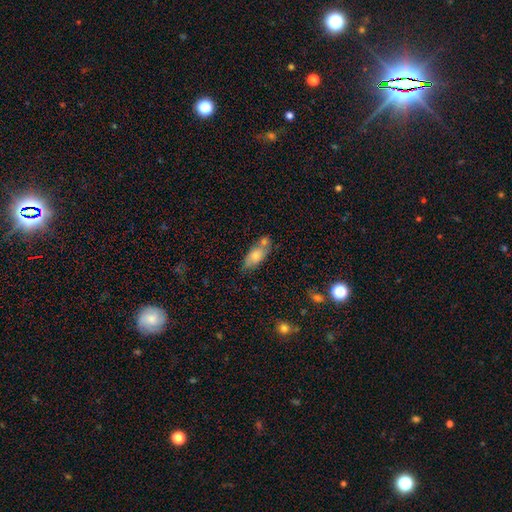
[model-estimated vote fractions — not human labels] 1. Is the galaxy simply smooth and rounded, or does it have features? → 73% smooth, 19% featured or disk, 7% star or artifact.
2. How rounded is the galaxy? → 81% in between, 16% cigar-shaped, 3% round.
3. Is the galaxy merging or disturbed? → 45% none, 31% merger, 19% minor disturbance, 6% major disturbance.